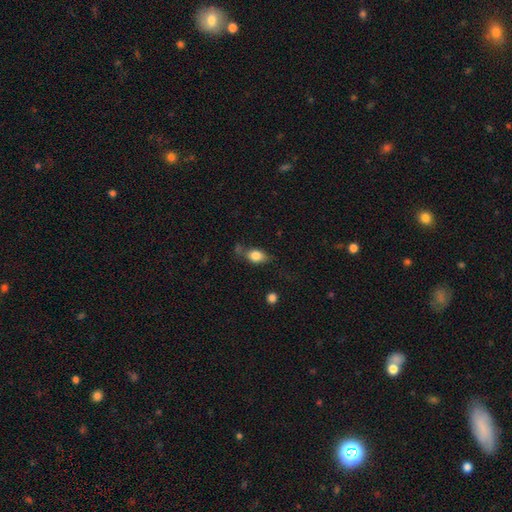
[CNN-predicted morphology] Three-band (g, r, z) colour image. It shows a smooth galaxy with no disk features (78%) that is in between round and cigar-shaped (73%). Merging: none (57%).